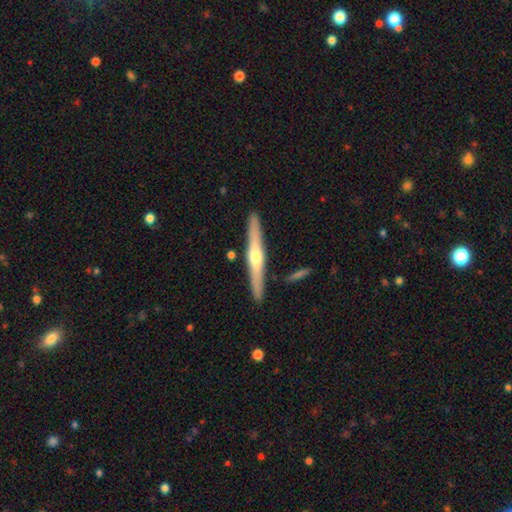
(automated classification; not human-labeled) Morphology: type=featured or disk (67%); edge-on=yes (97%); edge-on bulge=rounded (90%); merging=none (89%).